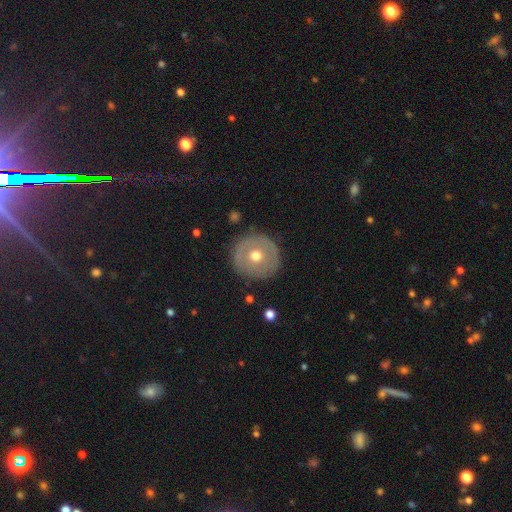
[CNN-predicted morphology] Smooth or featured? smooth (49%)
Merging? none (86%)